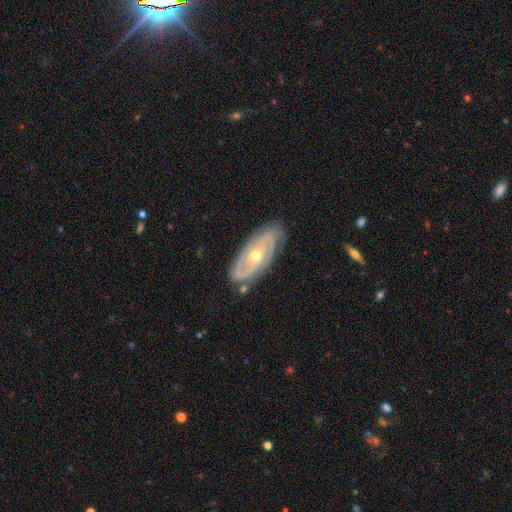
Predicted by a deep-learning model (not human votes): Q: Smooth or featured?
A: featured or disk (86%); runner-up: smooth (9%)
Q: Edge-on disk?
A: no (92%); runner-up: yes (8%)
Q: Bar?
A: no (65%); runner-up: weak (25%)
Q: Spiral arms?
A: yes (94%); runner-up: no (6%)
Q: Spiral winding?
A: tight (62%); runner-up: medium (30%)
Q: Spiral arm count?
A: 2 (45%); runner-up: can't tell (22%)
Q: Bulge size?
A: moderate (56%); runner-up: small (41%)
Q: Merging?
A: none (77%); runner-up: minor disturbance (17%)